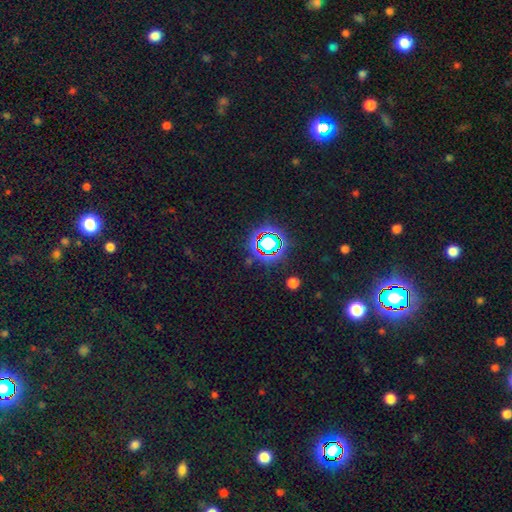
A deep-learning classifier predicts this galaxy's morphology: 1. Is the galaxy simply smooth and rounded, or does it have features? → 78% star or artifact, 15% smooth, 7% featured or disk.